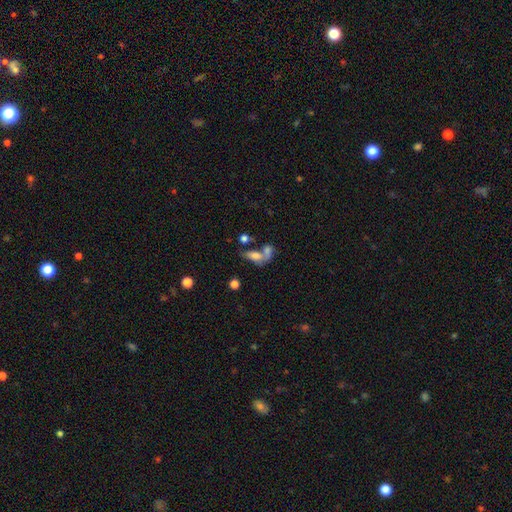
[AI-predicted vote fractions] Overall: smooth (64%). How rounded: in between (77%). Merging: merger (53%; none 24%).